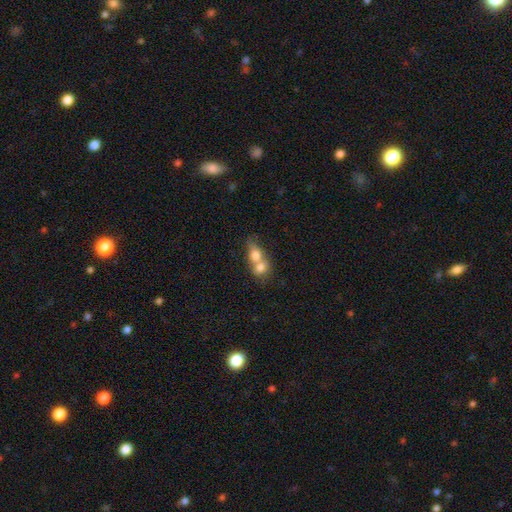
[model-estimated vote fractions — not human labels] A smooth galaxy with no disk features (72%) that is round (52%). Merging: merger (78%).